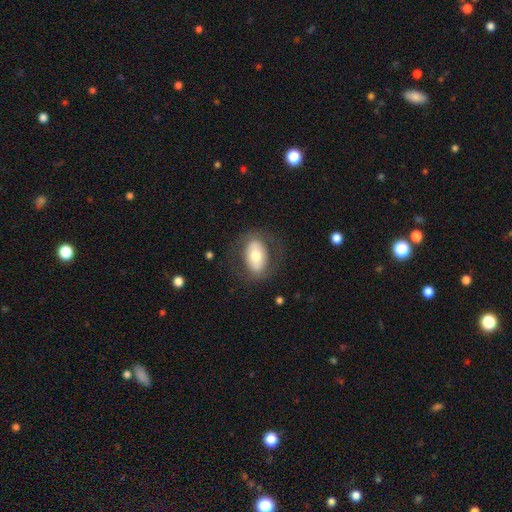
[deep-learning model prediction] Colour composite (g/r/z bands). It shows a smooth galaxy with no disk features (58%) that is in between round and cigar-shaped (87%). Merging: none (75%).